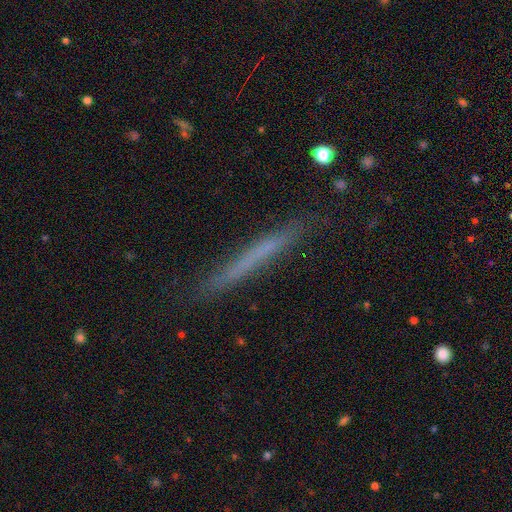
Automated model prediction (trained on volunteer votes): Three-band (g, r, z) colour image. It shows a smooth galaxy with no disk features (51%) that is cigar-shaped (96%). Merging: none (85%).